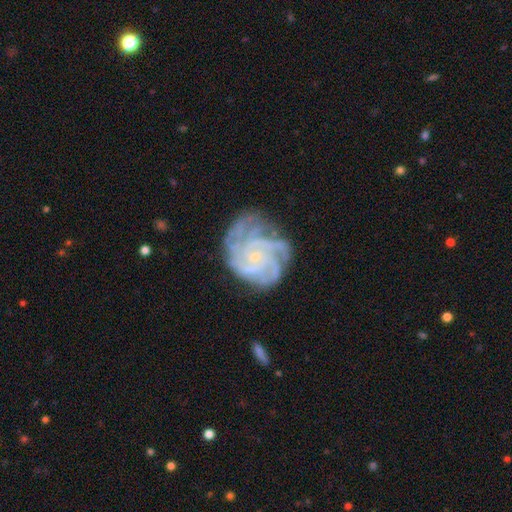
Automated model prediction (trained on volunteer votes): Q: Smooth or featured?
A: featured or disk (87%); runner-up: star or artifact (7%)
Q: Edge-on disk?
A: no (98%); runner-up: yes (2%)
Q: Bar?
A: no (73%); runner-up: weak (22%)
Q: Spiral arms?
A: yes (98%); runner-up: no (2%)
Q: Spiral winding?
A: tight (69%); runner-up: medium (26%)
Q: Spiral arm count?
A: 4 (38%); runner-up: can't tell (17%)
Q: Bulge size?
A: small (81%); runner-up: moderate (11%)
Q: Merging?
A: none (68%); runner-up: minor disturbance (21%)